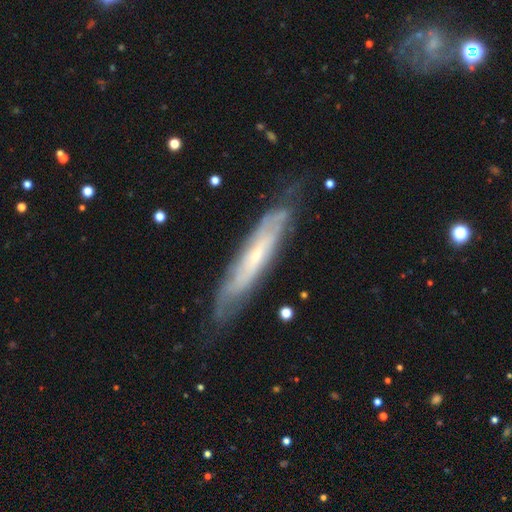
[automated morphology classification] smooth_or_featured: featured or disk (p=0.70) [alt: smooth p=0.23]
disk_edge_on: no (p=0.53) [alt: yes p=0.47]
merging: none (p=0.71) [alt: minor disturbance p=0.22]